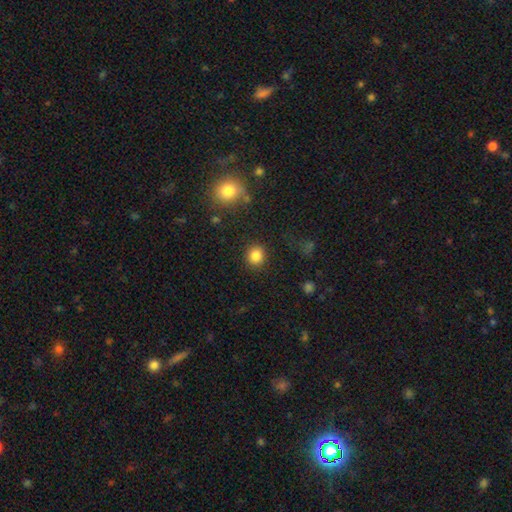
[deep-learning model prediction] This appears to be a smooth galaxy with no disk features (85%) that is round (80%). Merging: none (88%).